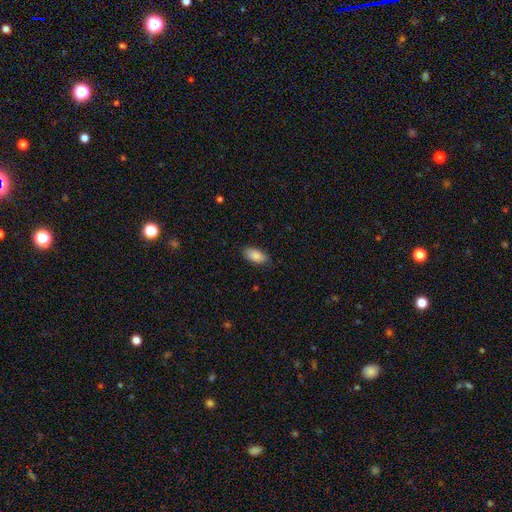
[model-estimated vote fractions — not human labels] Morphology: type=smooth (88%); roundness=in between (92%); merging=none (80%).